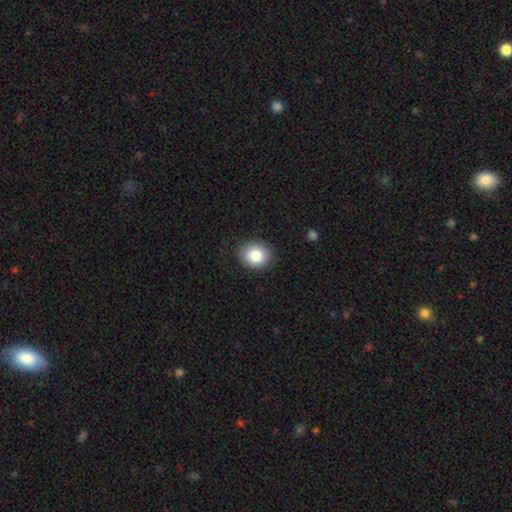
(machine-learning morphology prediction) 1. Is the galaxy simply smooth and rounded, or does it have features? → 84% smooth, 9% star or artifact, 7% featured or disk.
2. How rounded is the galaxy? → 67% round, 32% in between, 1% cigar-shaped.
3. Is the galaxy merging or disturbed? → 89% none, 8% minor disturbance, 2% major disturbance, 1% merger.